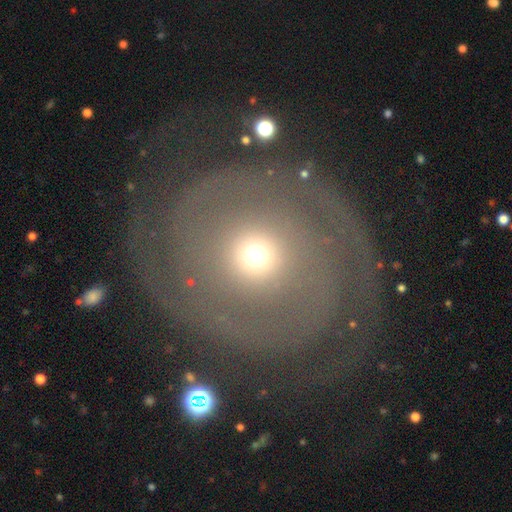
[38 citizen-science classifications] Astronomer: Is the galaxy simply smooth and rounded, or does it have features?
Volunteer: featured or disk — 92%.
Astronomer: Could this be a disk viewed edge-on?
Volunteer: no — 100%.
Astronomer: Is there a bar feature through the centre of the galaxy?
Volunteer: no — 94%.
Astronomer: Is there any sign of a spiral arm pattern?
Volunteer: yes — 91%.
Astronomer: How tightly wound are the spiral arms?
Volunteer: tight — 69%.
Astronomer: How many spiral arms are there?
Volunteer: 2 — 97%.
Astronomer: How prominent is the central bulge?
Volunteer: small — 51% (runner-up: moderate, 37%).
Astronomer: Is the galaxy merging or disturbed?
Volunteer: none — 68%.